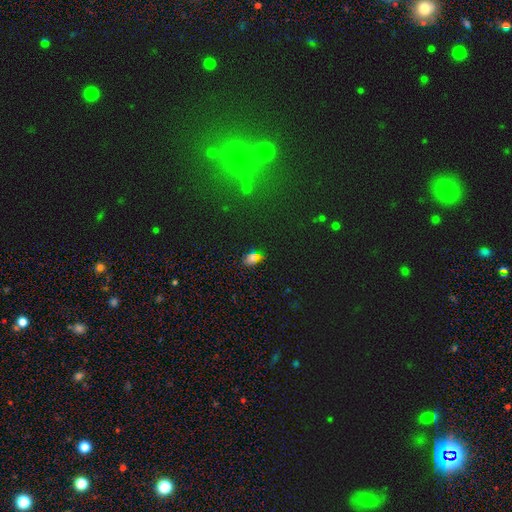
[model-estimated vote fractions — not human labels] Smooth or featured?
  - smooth: 57% *
  - star or artifact: 33%
  - featured or disk: 10%
How rounded?
  - in between: 76% *
  - round: 20%
  - cigar-shaped: 4%
Merging?
  - none: 76% *
  - minor disturbance: 14%
  - major disturbance: 5%
  - merger: 5%